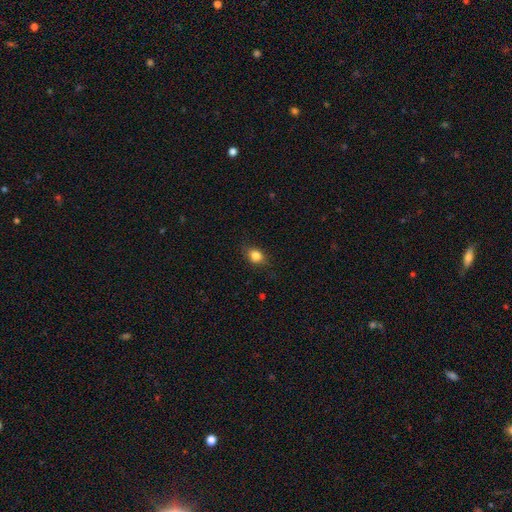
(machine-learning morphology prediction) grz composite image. It shows a smooth galaxy with no disk features (82%) that is in between round and cigar-shaped (57%). Merging: none (78%).